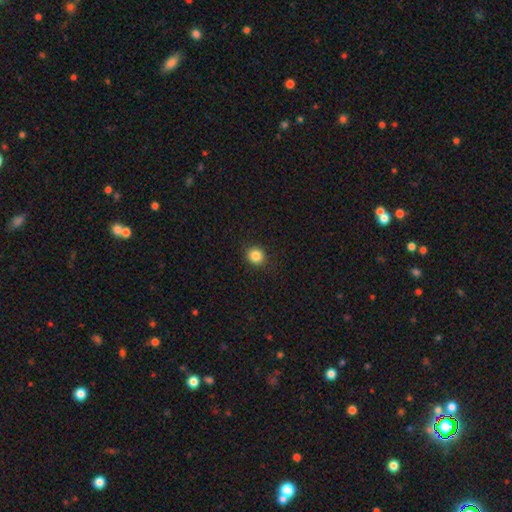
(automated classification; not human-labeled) A smooth galaxy with no disk features (85%) that is round (86%).

Vote fractions:
- Smooth or featured? smooth: 85% / star or artifact: 11% / featured or disk: 4%
- How rounded? round: 86% / in between: 13% / cigar-shaped: 1%
- Merging? none: 89% / minor disturbance: 7% / major disturbance: 2% / merger: 1%